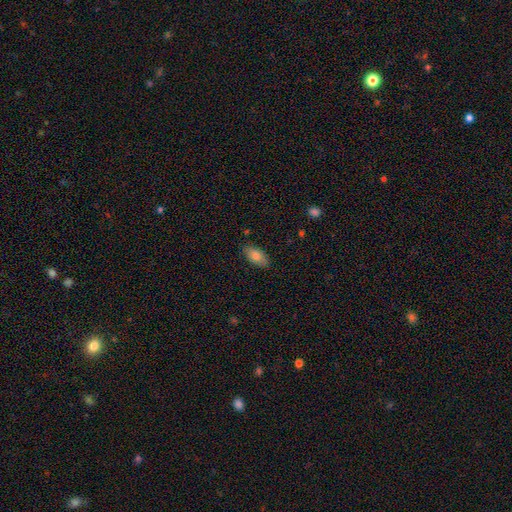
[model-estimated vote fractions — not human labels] smooth_or_featured: smooth (p=0.80) [alt: featured or disk p=0.13]
how_rounded: in between (p=0.91) [alt: cigar-shaped p=0.06]
merging: none (p=0.86) [alt: minor disturbance p=0.11]